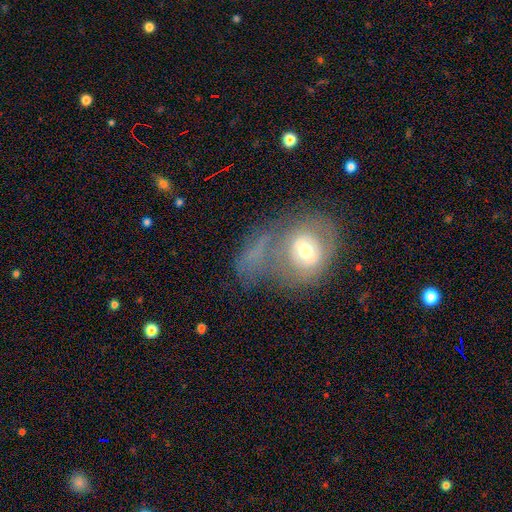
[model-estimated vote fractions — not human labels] Q: Smooth or featured?
A: featured or disk (45%); runner-up: smooth (42%)
Q: Merging?
A: major disturbance (32%); runner-up: merger (29%)